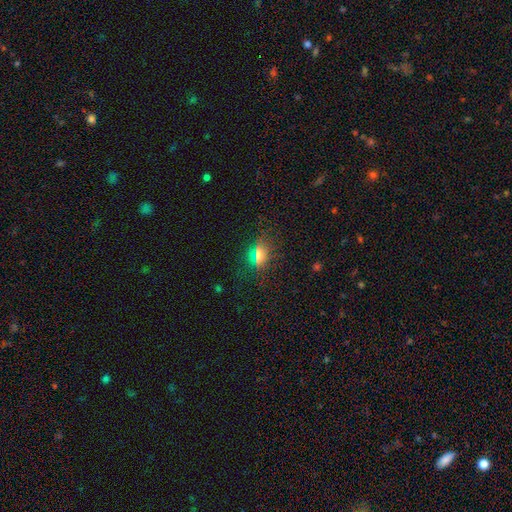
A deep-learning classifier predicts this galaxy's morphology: This appears to be a smooth galaxy with no disk features (56%) that is round (50%). Merging: none (84%).